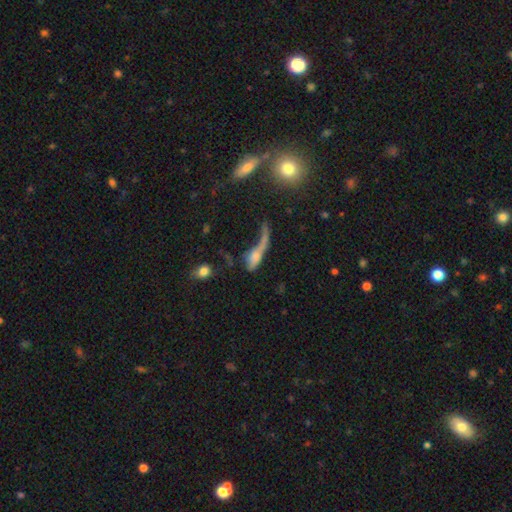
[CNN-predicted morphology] Smooth or featured? smooth (49%)
Merging? major disturbance (45%)